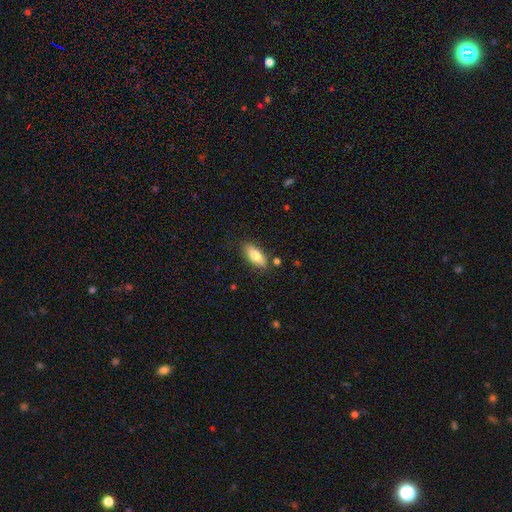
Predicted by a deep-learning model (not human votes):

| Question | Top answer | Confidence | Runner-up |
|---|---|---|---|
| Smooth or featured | smooth | 76% | featured or disk (17%) |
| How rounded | in between | 80% | cigar-shaped (17%) |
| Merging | none | 83% | minor disturbance (11%) |